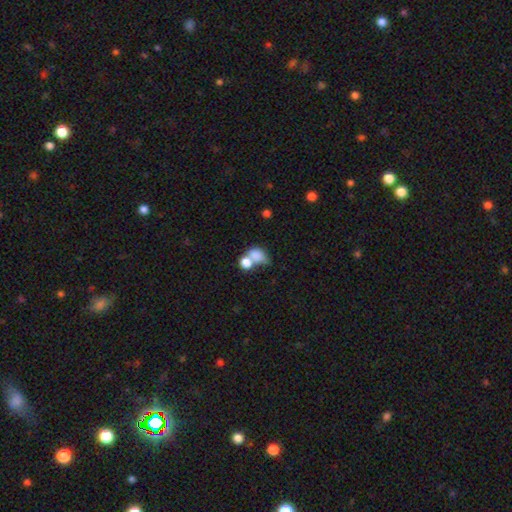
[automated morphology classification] A smooth galaxy with no disk features (76%) that is in between round and cigar-shaped (65%).

Vote fractions:
- Smooth or featured? smooth: 76% / featured or disk: 13% / star or artifact: 11%
- How rounded? in between: 65% / round: 33% / cigar-shaped: 2%
- Merging? merger: 55% / none: 23% / minor disturbance: 11% / major disturbance: 11%